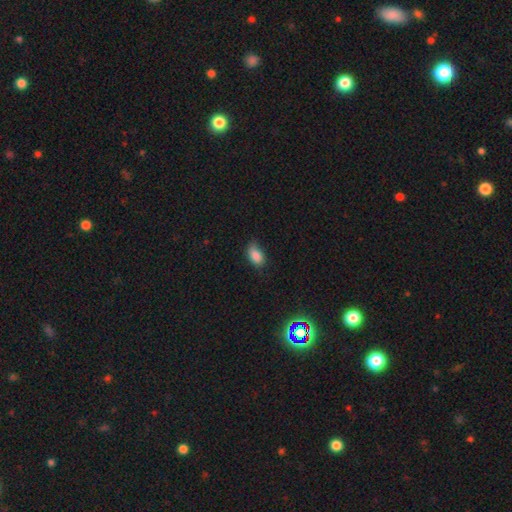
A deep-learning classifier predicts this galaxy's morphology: smooth-or-featured: smooth: 85% | star or artifact: 9% | featured or disk: 6%
  how-rounded: in between: 89% | round: 9% | cigar-shaped: 2%
  merging: none: 60% | minor disturbance: 31% | major disturbance: 7% | merger: 2%